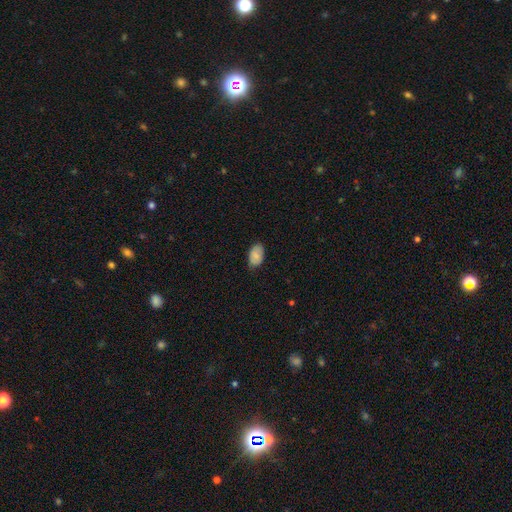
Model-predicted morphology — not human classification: Smooth or featured? smooth (83%)
How rounded? in between (91%)
Merging? none (77%)